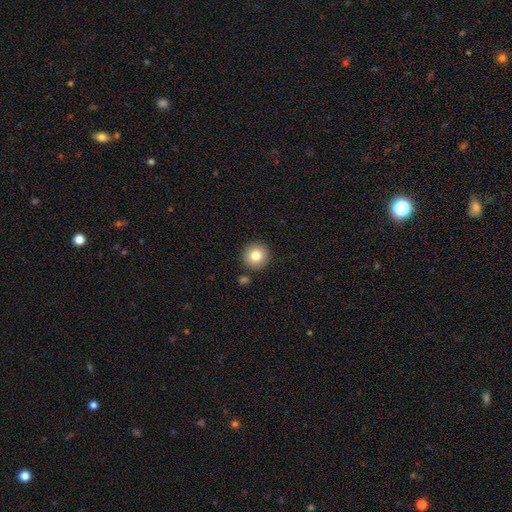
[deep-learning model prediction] Overall: smooth (81%). How rounded: round (95%). Merging: none (88%).